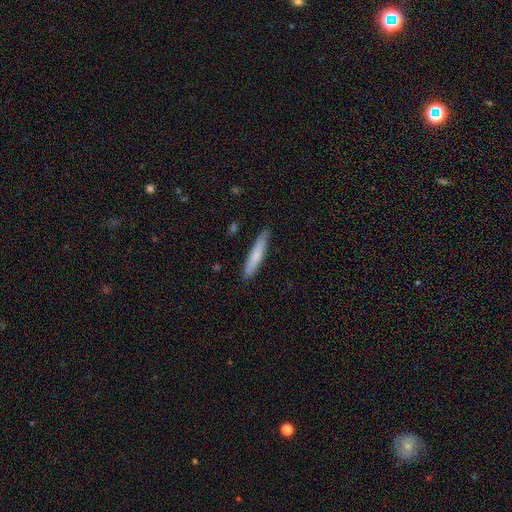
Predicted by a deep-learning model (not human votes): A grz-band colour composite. It shows a smooth galaxy with no disk features (74%) that is cigar-shaped (93%). Merging: none (87%).